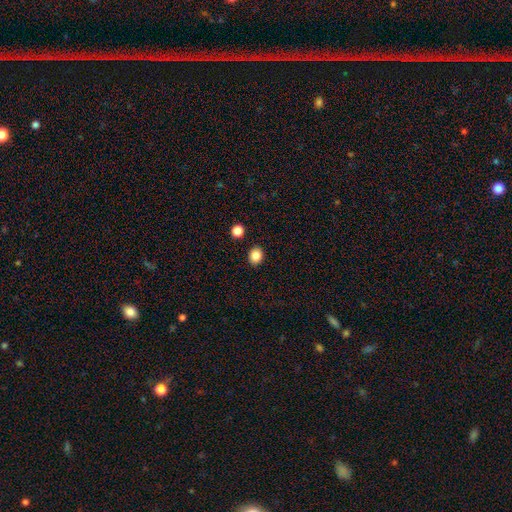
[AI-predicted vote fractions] Smooth or featured? Predicted: smooth (p=0.86). How rounded? Predicted: round (p=0.66). Merging? Predicted: none (p=0.89).